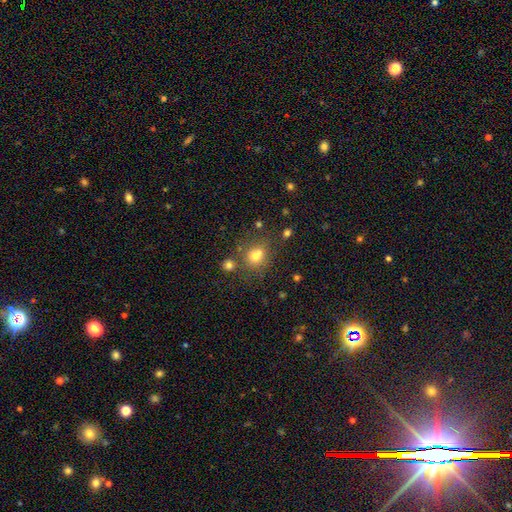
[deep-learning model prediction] smooth_or_featured: smooth (p=0.70) [alt: star or artifact p=0.17]
how_rounded: round (p=0.73) [alt: in between p=0.26]
merging: none (p=0.53) [alt: merger p=0.29]